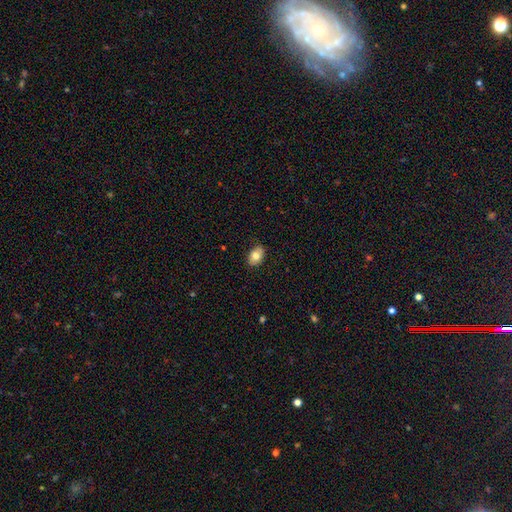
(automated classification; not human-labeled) A smooth galaxy with no disk features (77%) that is in between round and cigar-shaped (84%). Merging: none (84%).